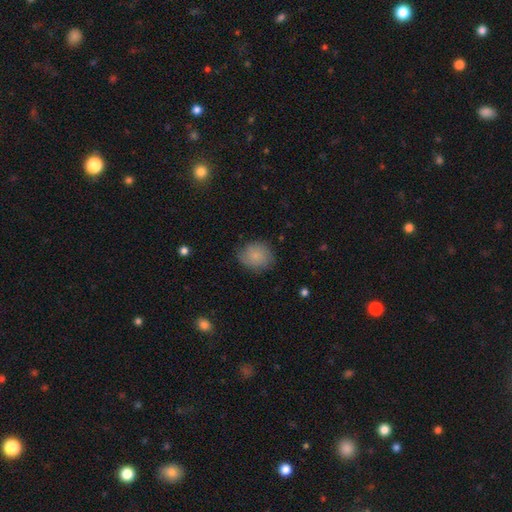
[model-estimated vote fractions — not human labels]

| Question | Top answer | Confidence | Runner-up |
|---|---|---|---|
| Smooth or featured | smooth | 79% | featured or disk (13%) |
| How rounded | round | 65% | in between (34%) |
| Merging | none | 75% | minor disturbance (20%) |